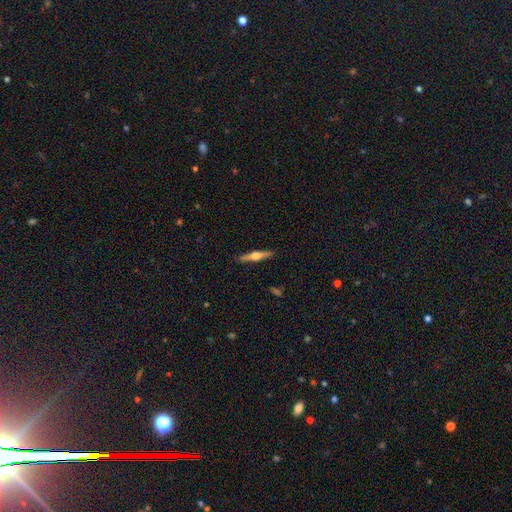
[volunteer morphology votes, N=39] Q: Smooth or featured?
A: featured or disk (74%); runner-up: smooth (21%)
Q: Edge-on disk?
A: yes (100%)
Q: Edge-on bulge?
A: rounded (100%)
Q: Merging?
A: none (92%); runner-up: major disturbance (5%)